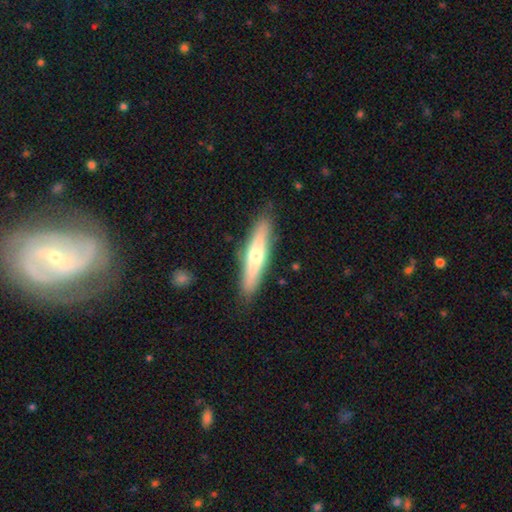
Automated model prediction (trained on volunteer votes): The model was most divided on "smooth or featured": featured or disk: 48%, smooth: 46%, star or artifact: 6%. More confident: merging — none (86%).